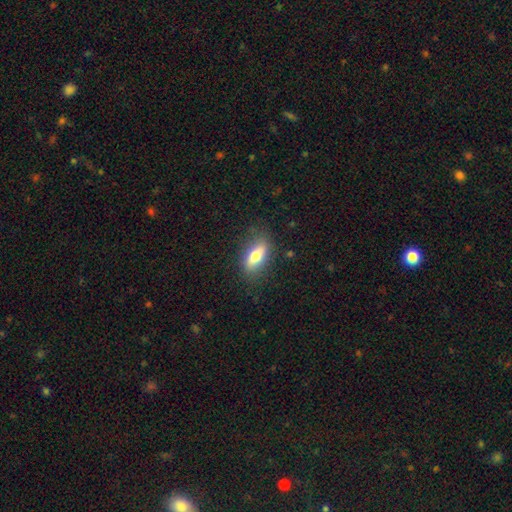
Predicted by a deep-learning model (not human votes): Smooth or featured? smooth (64%)
How rounded? in between (73%)
Merging? none (82%)